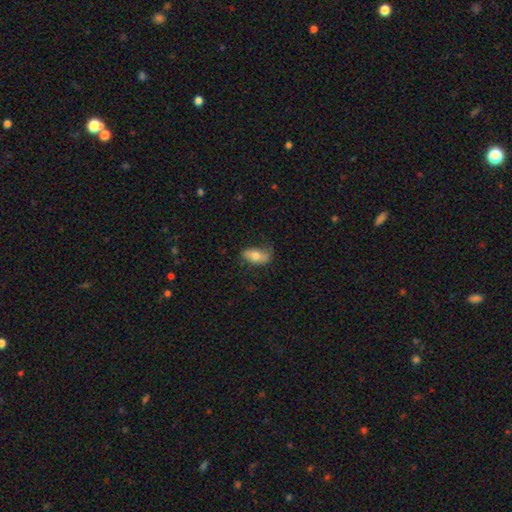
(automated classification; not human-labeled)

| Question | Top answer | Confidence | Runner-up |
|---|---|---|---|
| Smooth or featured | smooth | 67% | featured or disk (26%) |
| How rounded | in between | 89% | cigar-shaped (6%) |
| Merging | none | 67% | minor disturbance (25%) |